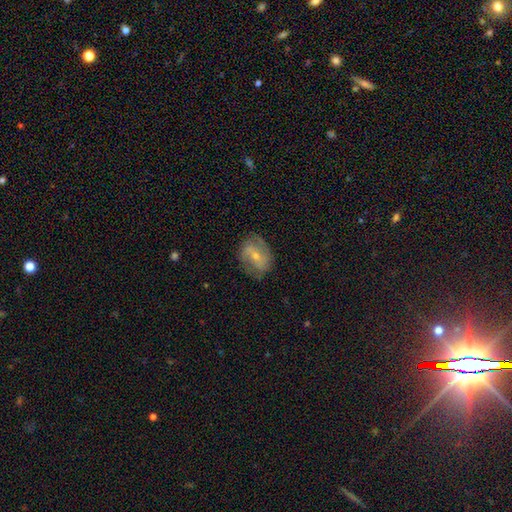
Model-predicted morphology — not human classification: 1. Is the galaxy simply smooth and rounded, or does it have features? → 62% featured or disk, 30% smooth, 7% star or artifact.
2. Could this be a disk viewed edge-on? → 96% no, 4% yes.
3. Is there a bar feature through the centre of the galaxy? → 42% weak, 36% no, 22% strong.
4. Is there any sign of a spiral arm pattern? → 79% yes, 21% no.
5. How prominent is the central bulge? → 54% small, 41% moderate, 2% none, 2% large, 1% dominant.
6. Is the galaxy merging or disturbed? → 71% none, 20% minor disturbance, 7% major disturbance, 1% merger.